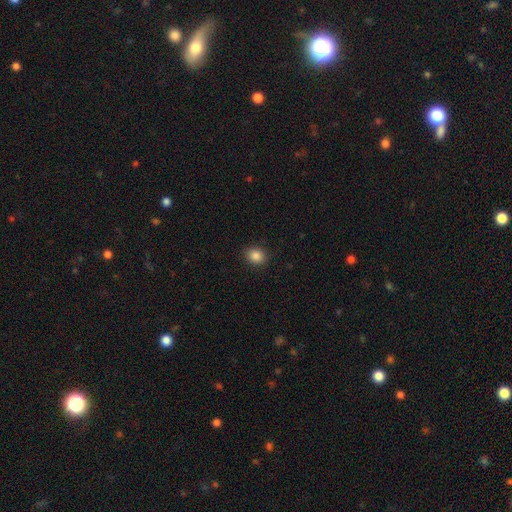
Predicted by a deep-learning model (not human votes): Smooth or featured?
  - smooth: 86% *
  - star or artifact: 10%
  - featured or disk: 4%
How rounded?
  - round: 60% *
  - in between: 39%
  - cigar-shaped: 1%
Merging?
  - none: 89% *
  - minor disturbance: 7%
  - major disturbance: 2%
  - merger: 1%